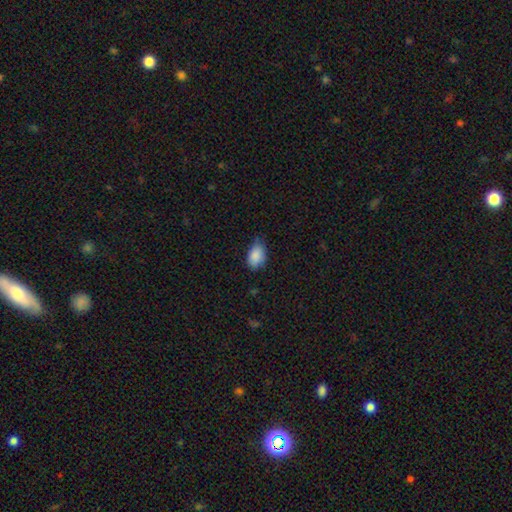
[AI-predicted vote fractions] Q: Smooth or featured?
A: smooth (87%); runner-up: star or artifact (7%)
Q: How rounded?
A: in between (88%); runner-up: round (10%)
Q: Merging?
A: none (64%); runner-up: minor disturbance (31%)